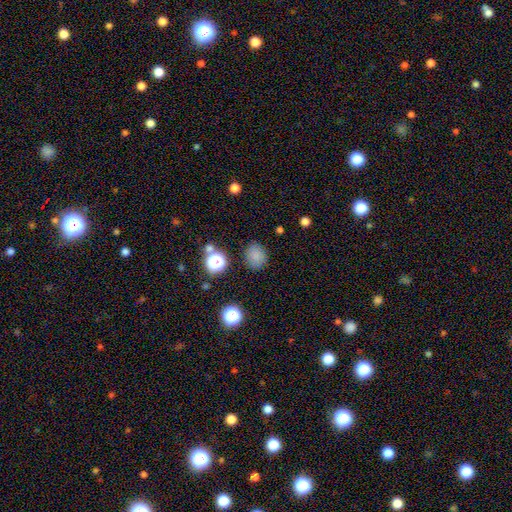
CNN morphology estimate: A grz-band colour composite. It shows a smooth galaxy with no disk features (80%) that is round (69%). Merging: none (83%).